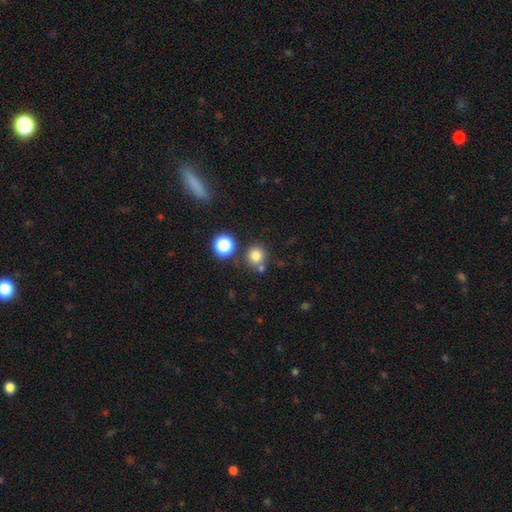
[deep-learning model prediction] The model was most divided on "merging": none: 71%, merger: 16%, minor disturbance: 9%, major disturbance: 4%. More confident: how rounded — round (90%); smooth or featured — smooth (78%).